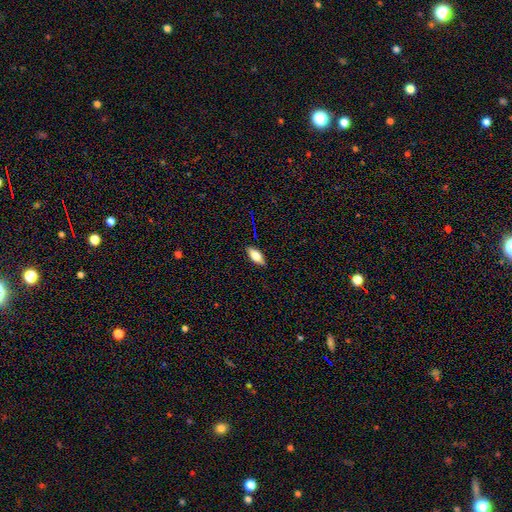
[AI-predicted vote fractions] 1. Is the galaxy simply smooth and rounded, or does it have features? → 67% smooth, 25% featured or disk, 8% star or artifact.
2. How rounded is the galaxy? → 77% in between, 20% cigar-shaped, 3% round.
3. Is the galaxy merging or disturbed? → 88% none, 9% minor disturbance, 2% major disturbance, 1% merger.